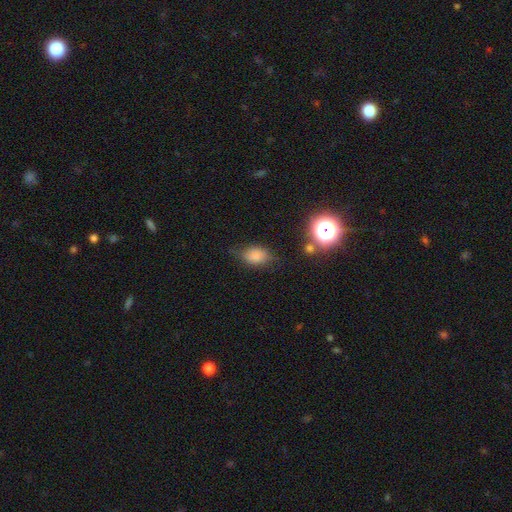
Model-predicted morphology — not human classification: smooth-or-featured: smooth: 76% | star or artifact: 14% | featured or disk: 10%
  how-rounded: in between: 77% | round: 21% | cigar-shaped: 2%
  merging: none: 60% | minor disturbance: 28% | major disturbance: 8% | merger: 3%